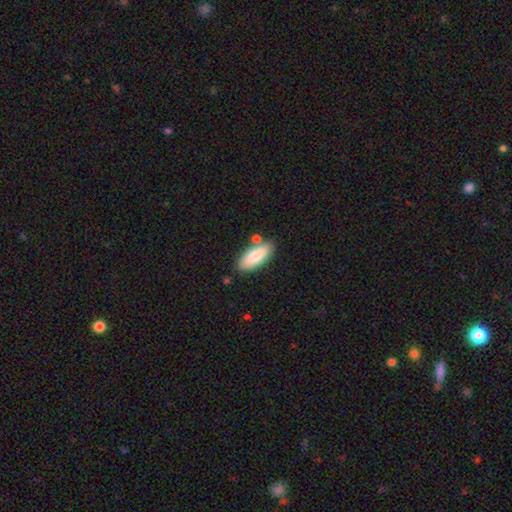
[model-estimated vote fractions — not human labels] This appears to be a smooth galaxy with no disk features (78%) that is in between round and cigar-shaped (81%). Merging: none (77%).